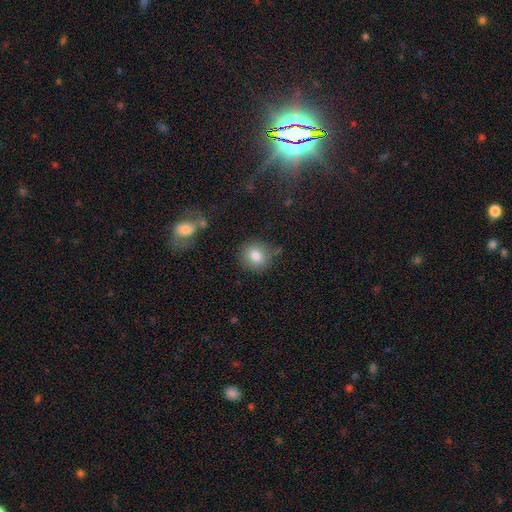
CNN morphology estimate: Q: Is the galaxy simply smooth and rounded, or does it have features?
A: smooth — 82%.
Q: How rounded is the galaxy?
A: round — 78%.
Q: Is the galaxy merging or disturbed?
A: none — 82%.